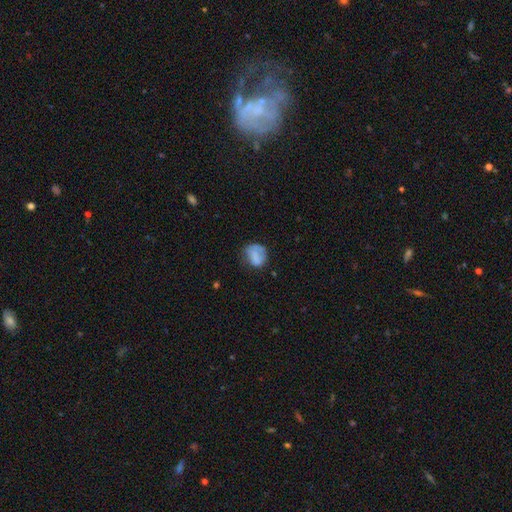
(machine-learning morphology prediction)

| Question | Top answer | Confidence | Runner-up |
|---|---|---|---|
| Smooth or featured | smooth | 68% | featured or disk (22%) |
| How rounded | round | 66% | in between (32%) |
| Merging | none | 48% | minor disturbance (31%) |